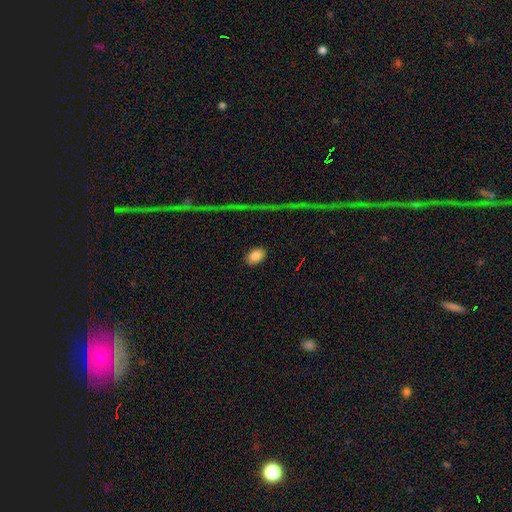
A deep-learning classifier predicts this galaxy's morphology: Q: Smooth or featured?
A: smooth (85%); runner-up: star or artifact (9%)
Q: How rounded?
A: in between (79%); runner-up: round (20%)
Q: Merging?
A: none (88%); runner-up: minor disturbance (8%)